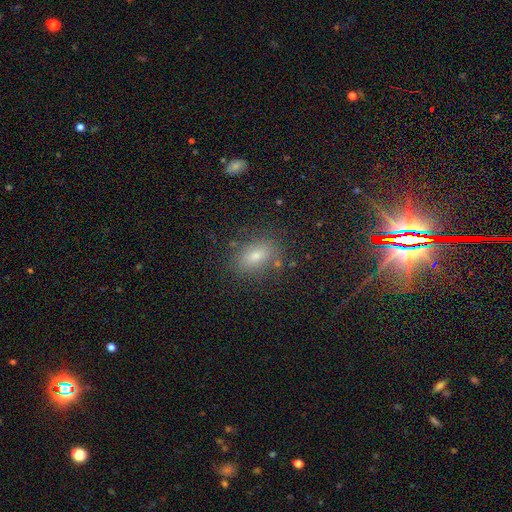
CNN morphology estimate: smooth-or-featured: smooth: 68% | star or artifact: 20% | featured or disk: 12%
  how-rounded: in between: 79% | round: 17% | cigar-shaped: 4%
  merging: none: 82% | minor disturbance: 11% | major disturbance: 4% | merger: 3%